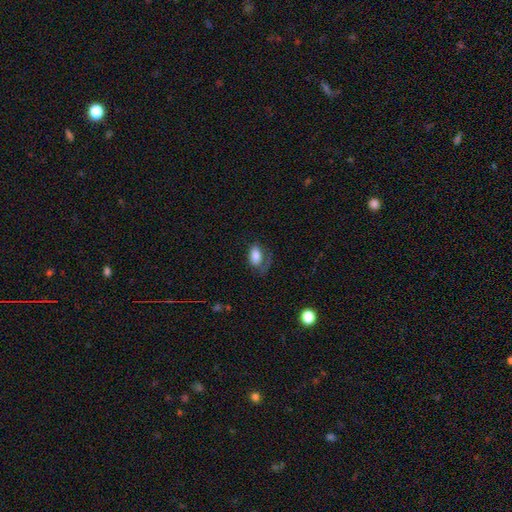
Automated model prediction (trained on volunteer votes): Q: Smooth or featured?
A: smooth (78%); runner-up: featured or disk (14%)
Q: How rounded?
A: in between (91%); runner-up: round (6%)
Q: Merging?
A: none (48%); runner-up: major disturbance (26%)